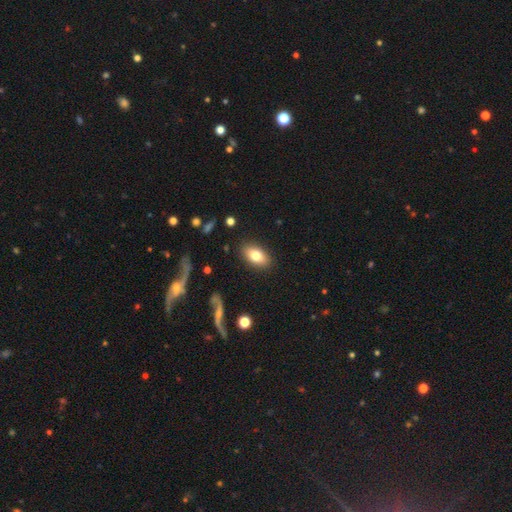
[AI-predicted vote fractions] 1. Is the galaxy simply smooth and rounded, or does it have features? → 76% smooth, 16% featured or disk, 8% star or artifact.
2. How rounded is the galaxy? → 89% in between, 7% round, 4% cigar-shaped.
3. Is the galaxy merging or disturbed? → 87% none, 9% minor disturbance, 2% major disturbance, 1% merger.